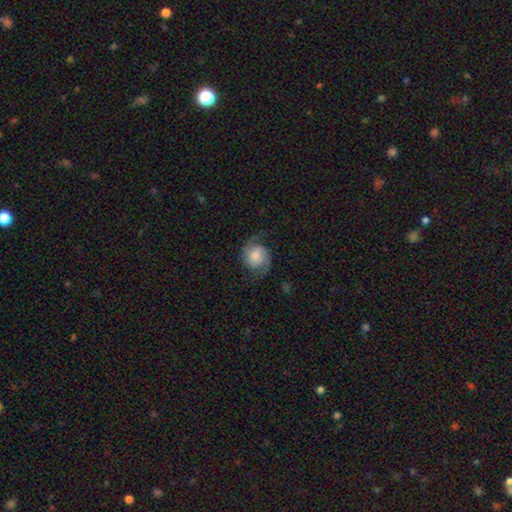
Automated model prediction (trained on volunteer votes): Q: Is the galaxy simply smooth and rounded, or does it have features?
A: featured or disk — 76%.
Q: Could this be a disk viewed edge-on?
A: no — 98%.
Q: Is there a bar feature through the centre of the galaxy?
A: no — 70%.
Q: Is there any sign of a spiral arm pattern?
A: yes — 96%.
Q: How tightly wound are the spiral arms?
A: medium — 45%.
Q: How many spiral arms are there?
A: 2 — 93%.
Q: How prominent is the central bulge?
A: moderate — 32%.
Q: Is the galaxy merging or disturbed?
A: none — 74%.